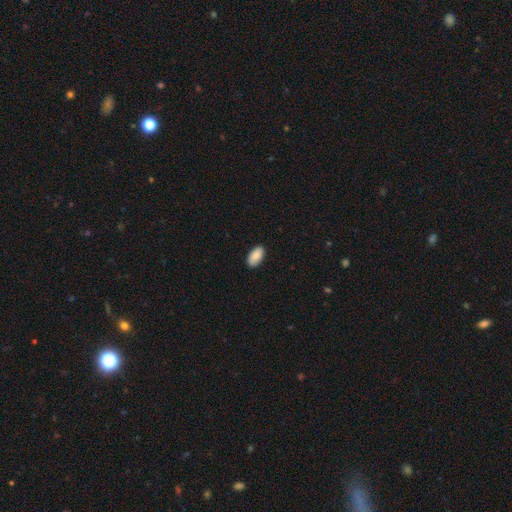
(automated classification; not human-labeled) A smooth galaxy with no disk features (89%) that is in between round and cigar-shaped (95%).

Vote fractions:
- Smooth or featured? smooth: 89% / star or artifact: 6% / featured or disk: 5%
- How rounded? in between: 95% / round: 2% / cigar-shaped: 2%
- Merging? none: 89% / minor disturbance: 8% / major disturbance: 2% / merger: 1%